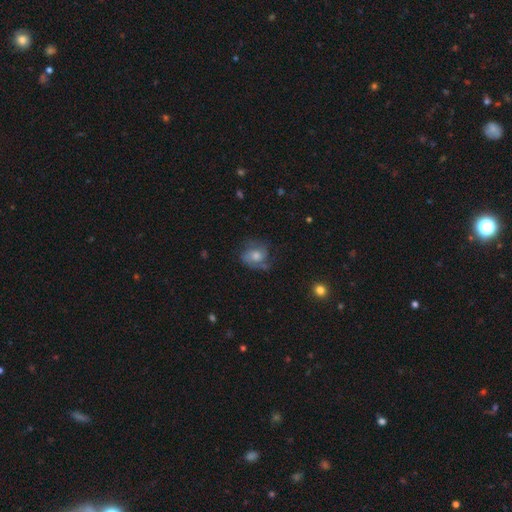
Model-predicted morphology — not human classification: The model was most divided on "spiral winding": medium: 48%, tight: 32%, loose: 20%. More confident: edge-on disk — no (97%); spiral arms — yes (91%); bar — no (67%); smooth or featured — featured or disk (66%); merging — none (64%); bulge size — moderate (59%); spiral arm count — 2 (59%).